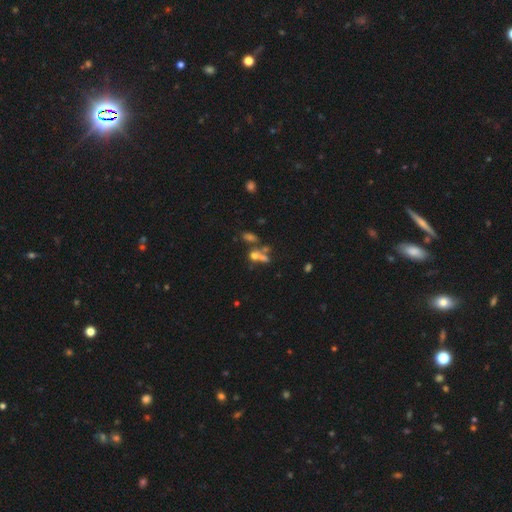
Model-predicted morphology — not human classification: Smooth or featured? smooth (51%)
How rounded? in between (45%)
Merging? merger (42%)